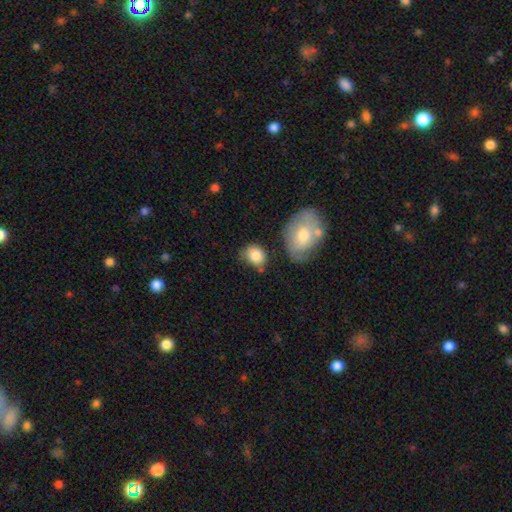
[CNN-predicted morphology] The model was most divided on "how rounded": round: 50%, in between: 49%, cigar-shaped: 1%. More confident: smooth or featured — smooth (84%); merging — none (55%).